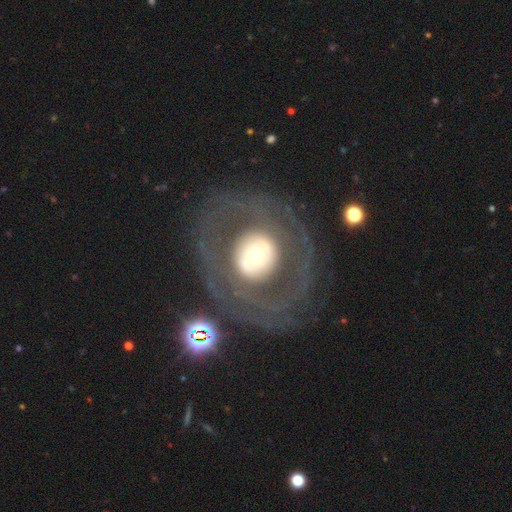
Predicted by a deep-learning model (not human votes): Morphology: type=featured or disk (64%); edge-on=no (94%); bar=no (80%); spiral arms=no (69%); bulge=moderate (48%); merging=none (77%).